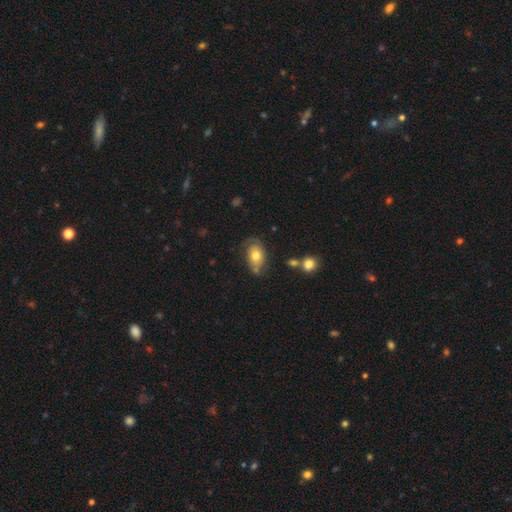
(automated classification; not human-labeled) Morphology: type=smooth (58%); roundness=in between (83%); merging=none (53%).